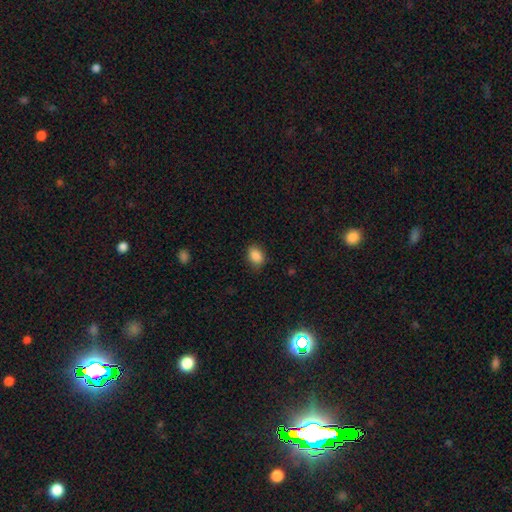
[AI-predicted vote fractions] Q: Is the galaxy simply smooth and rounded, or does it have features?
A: smooth — 88%.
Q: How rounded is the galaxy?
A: in between — 74%.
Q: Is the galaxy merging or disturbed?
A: none — 81%.